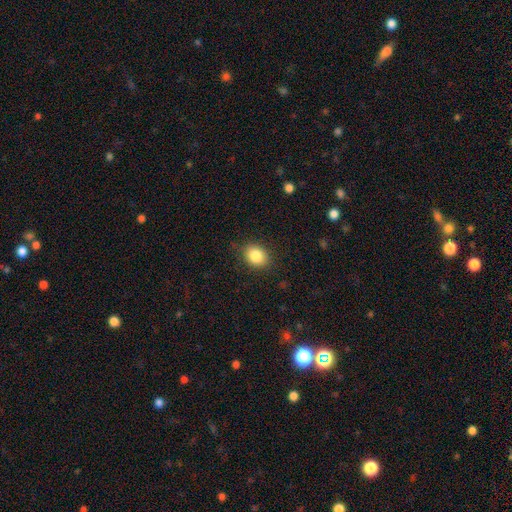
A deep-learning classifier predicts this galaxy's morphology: Smooth or featured?
  - smooth: 85% *
  - star or artifact: 9%
  - featured or disk: 6%
How rounded?
  - in between: 52% *
  - round: 47%
  - cigar-shaped: 1%
Merging?
  - none: 84% *
  - minor disturbance: 11%
  - major disturbance: 3%
  - merger: 1%